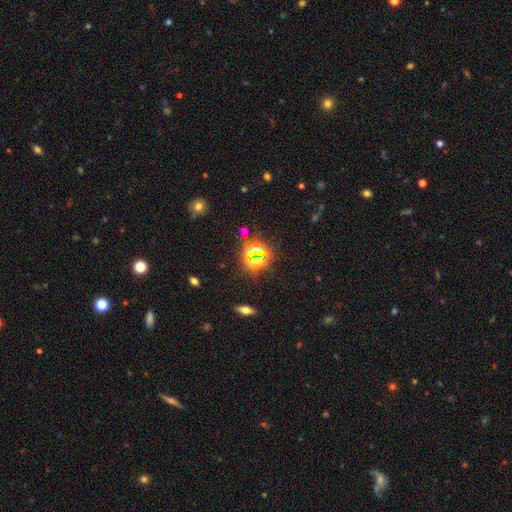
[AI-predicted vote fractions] smooth_or_featured: star or artifact (p=0.70) [alt: smooth p=0.20]